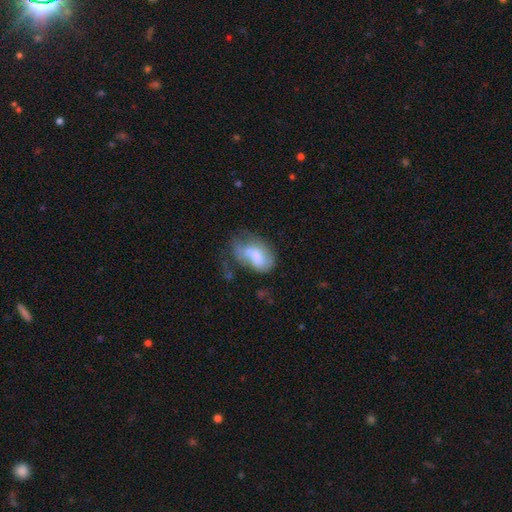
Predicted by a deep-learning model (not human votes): Morphology: type=smooth (58%); roundness=in between (88%); merging=major disturbance (33%).